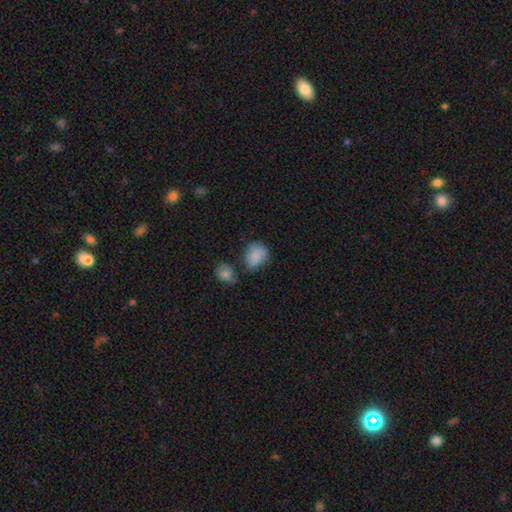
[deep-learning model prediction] smooth 81%, featured or disk 11%, star or artifact 9%. Down the decision tree: how rounded — in between (55%); merging — none (48%).